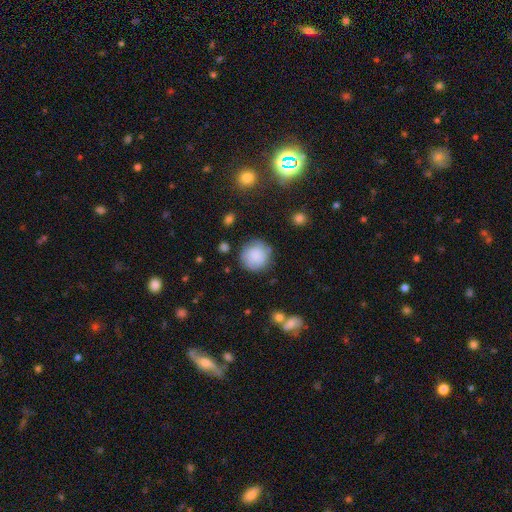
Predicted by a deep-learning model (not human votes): Smooth or featured? Predicted: smooth (p=0.78). How rounded? Predicted: round (p=0.92). Merging? Predicted: none (p=0.78).